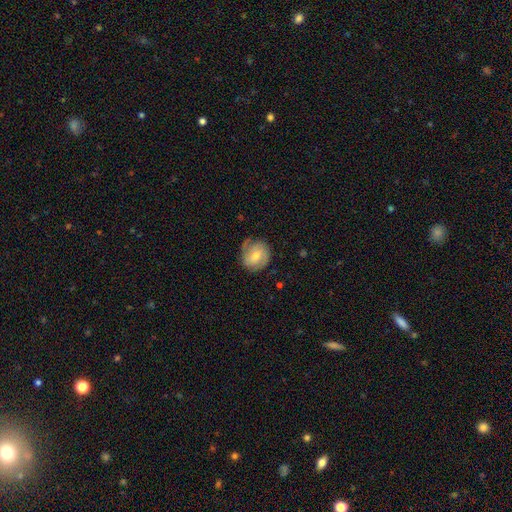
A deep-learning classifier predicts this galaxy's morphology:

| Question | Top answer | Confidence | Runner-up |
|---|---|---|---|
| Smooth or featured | featured or disk | 57% | smooth (36%) |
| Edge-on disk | no | 97% | yes (3%) |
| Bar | no | 44% | weak (43%) |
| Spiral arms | yes | 84% | no (16%) |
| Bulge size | moderate | 55% | small (39%) |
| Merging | none | 69% | minor disturbance (21%) |